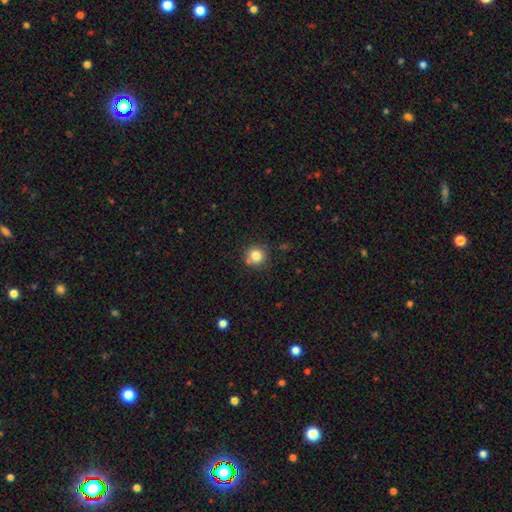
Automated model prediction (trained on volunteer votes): Smooth or featured: smooth — 82% (star or artifact — 12%)
How rounded: round — 93% (in between — 6%)
Merging: none — 81% (minor disturbance — 10%)